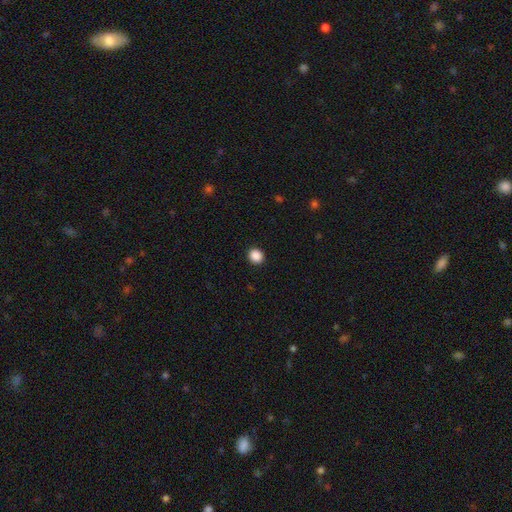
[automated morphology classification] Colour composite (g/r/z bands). It shows a smooth galaxy with no disk features (89%) that is round (85%). Merging: none (93%).